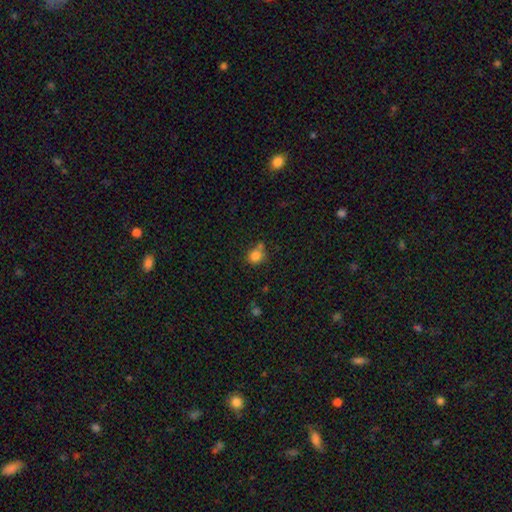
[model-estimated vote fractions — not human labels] Morphology: type=smooth (82%); roundness=round (75%); merging=none (58%).